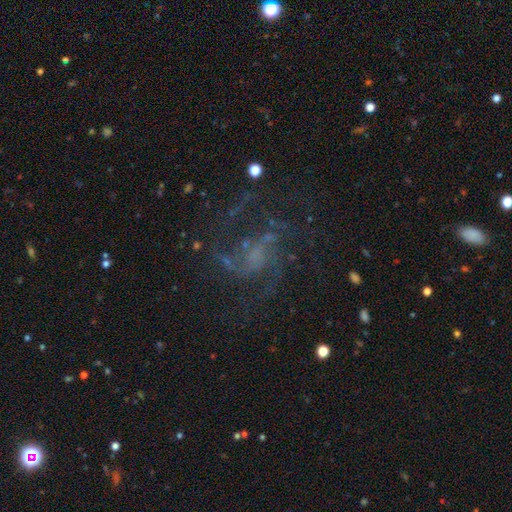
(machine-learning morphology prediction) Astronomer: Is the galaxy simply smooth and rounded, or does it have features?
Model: featured or disk — 73%.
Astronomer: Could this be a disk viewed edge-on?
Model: no — 98%.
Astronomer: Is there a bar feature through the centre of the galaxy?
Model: no — 56% (runner-up: weak, 35%).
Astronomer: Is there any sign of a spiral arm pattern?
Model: yes — 87%.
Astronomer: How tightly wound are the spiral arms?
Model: medium — 46% (runner-up: loose, 35%).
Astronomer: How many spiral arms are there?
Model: can't tell — 29% (runner-up: 3, 24%).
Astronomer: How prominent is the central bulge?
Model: none — 51% (runner-up: small, 29%).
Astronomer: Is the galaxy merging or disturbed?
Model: none — 56%.